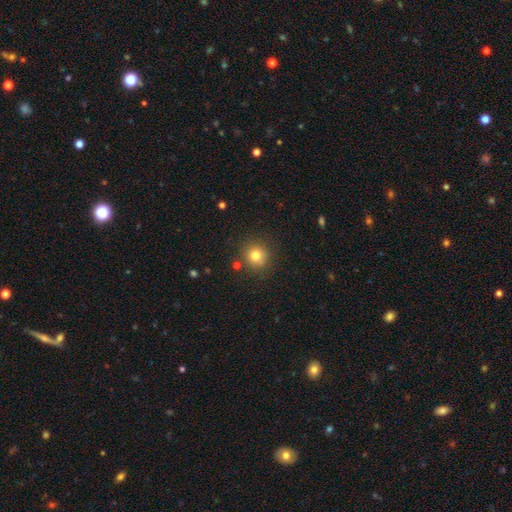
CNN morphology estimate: The model was most divided on "smooth or featured": smooth: 78%, star or artifact: 13%, featured or disk: 9%. More confident: how rounded — round (90%); merging — none (83%).